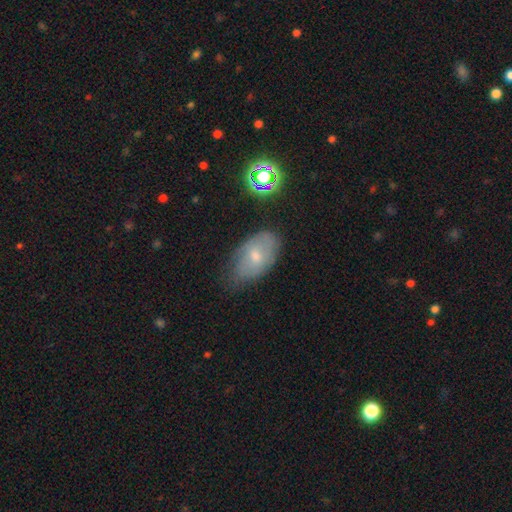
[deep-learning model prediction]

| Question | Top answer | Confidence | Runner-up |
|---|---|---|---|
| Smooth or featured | smooth | 59% | featured or disk (30%) |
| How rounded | in between | 91% | round (7%) |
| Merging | none | 60% | minor disturbance (30%) |